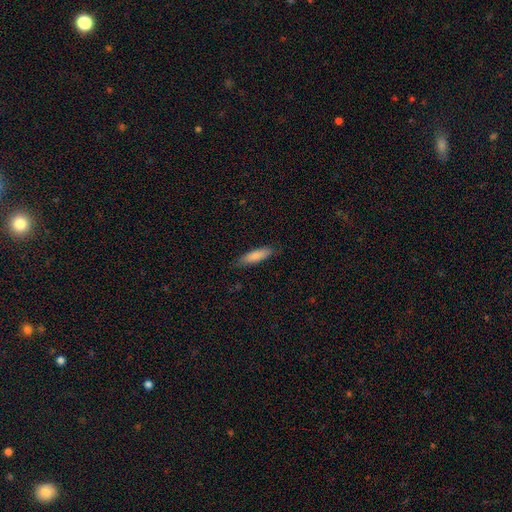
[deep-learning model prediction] Q: Smooth or featured?
A: smooth (84%); runner-up: featured or disk (11%)
Q: How rounded?
A: cigar-shaped (62%); runner-up: in between (36%)
Q: Merging?
A: none (82%); runner-up: minor disturbance (15%)